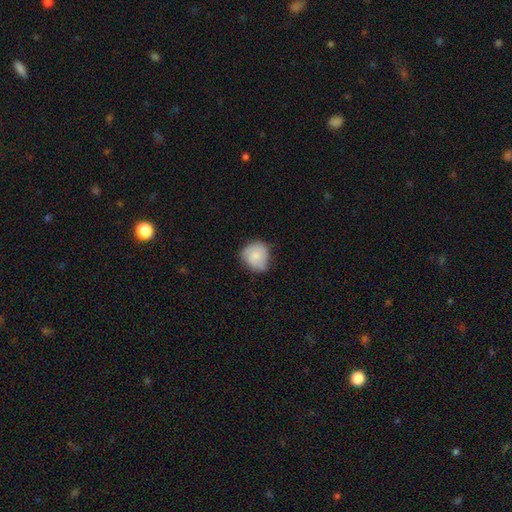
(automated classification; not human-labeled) A smooth galaxy with no disk features (75%) that is round (80%).

Vote fractions:
- Smooth or featured? smooth: 75% / featured or disk: 18% / star or artifact: 7%
- How rounded? round: 80% / in between: 19% / cigar-shaped: 1%
- Merging? none: 58% / minor disturbance: 34% / major disturbance: 7% / merger: 2%